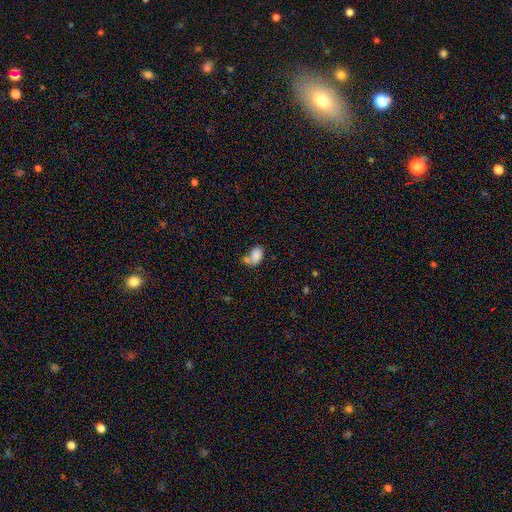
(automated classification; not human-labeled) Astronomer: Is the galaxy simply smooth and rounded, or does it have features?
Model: smooth — 82%.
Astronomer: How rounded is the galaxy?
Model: in between — 85%.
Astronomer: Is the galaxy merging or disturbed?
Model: merger — 39% (runner-up: none, 32%).